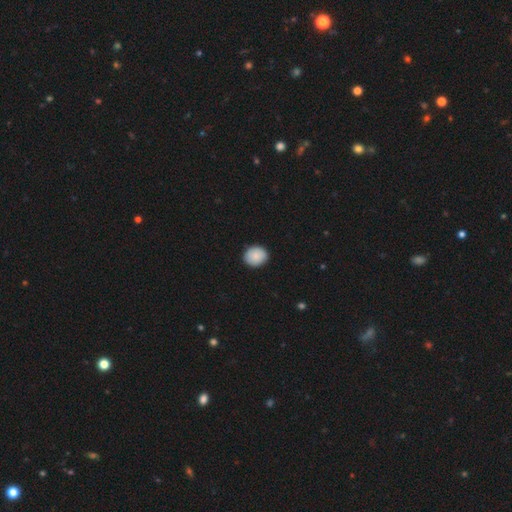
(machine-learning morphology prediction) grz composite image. It shows a smooth galaxy with no disk features (87%) that is round (76%). Merging: none (89%).